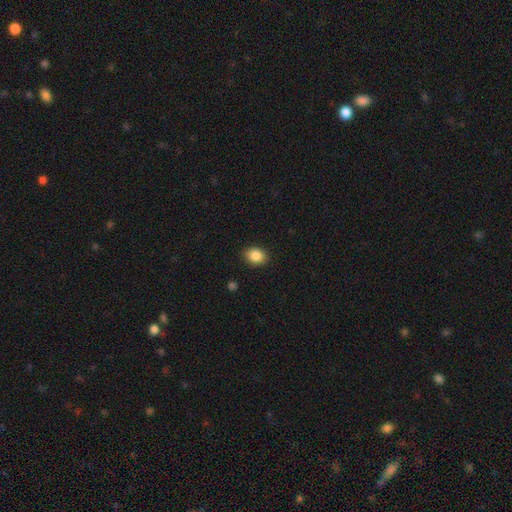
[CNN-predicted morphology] A smooth galaxy with no disk features (87%) that is in between round and cigar-shaped (57%). Merging: none (89%).